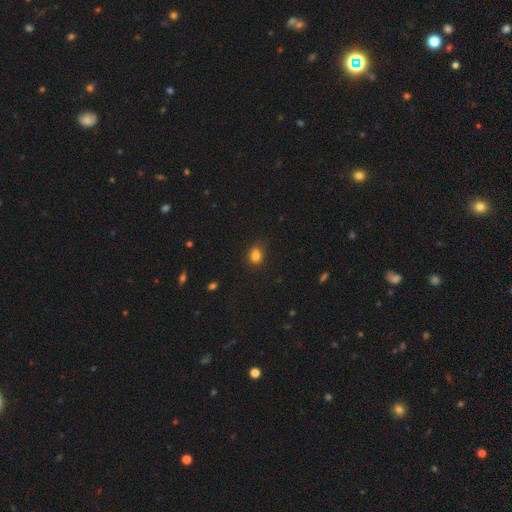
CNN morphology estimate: Smooth or featured: smooth — 82% (star or artifact — 12%)
How rounded: round — 53% (in between — 46%)
Merging: none — 71% (minor disturbance — 21%)